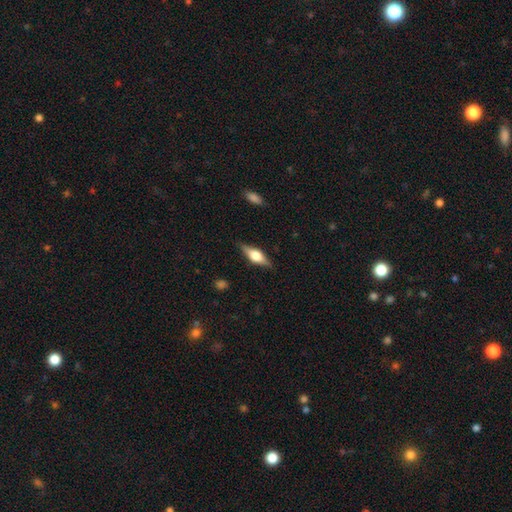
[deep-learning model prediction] Smooth or featured: featured or disk — 63% (smooth — 31%)
Edge-on disk: yes — 95% (no — 5%)
Edge-on bulge: rounded — 90% (boxy — 9%)
Merging: none — 86% (minor disturbance — 11%)